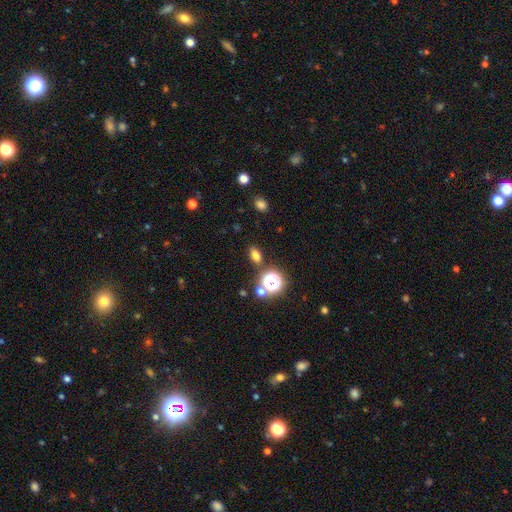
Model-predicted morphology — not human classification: A smooth galaxy with no disk features (70%) that is in between round and cigar-shaped (72%). Merging: none (84%).